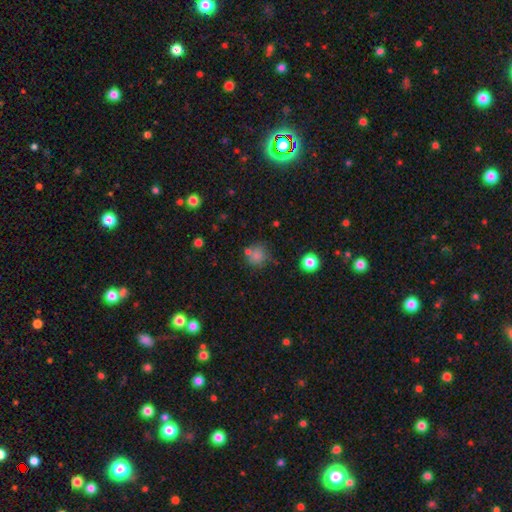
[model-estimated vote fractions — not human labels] Overall: smooth (75%). How rounded: round (87%). Merging: none (65%).